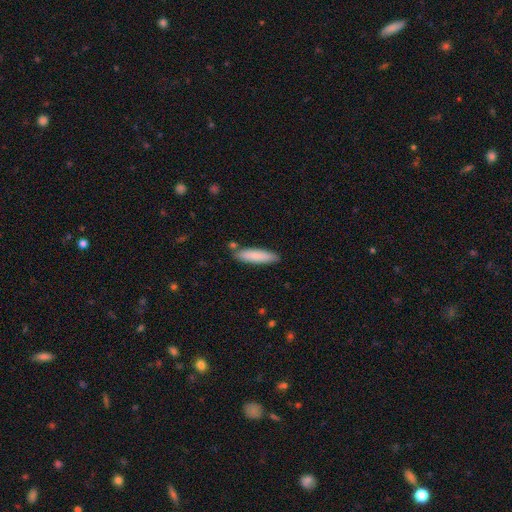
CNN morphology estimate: The model was most divided on "how rounded": cigar-shaped: 74%, in between: 24%, round: 1%. More confident: smooth or featured — smooth (84%); merging — none (84%).